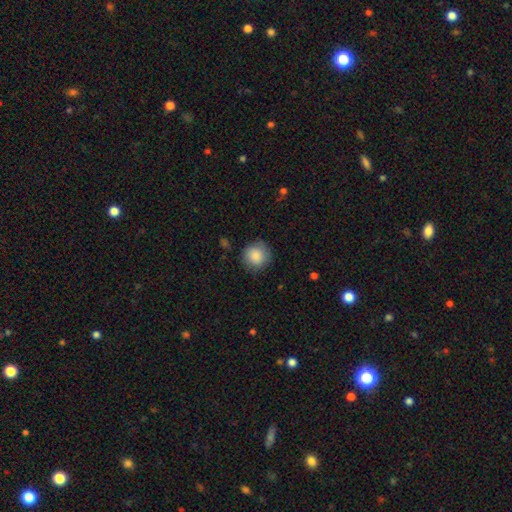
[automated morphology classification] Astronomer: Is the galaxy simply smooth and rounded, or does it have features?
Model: smooth — 86%.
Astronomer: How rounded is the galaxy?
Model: round — 93%.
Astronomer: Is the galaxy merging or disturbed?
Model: none — 83%.